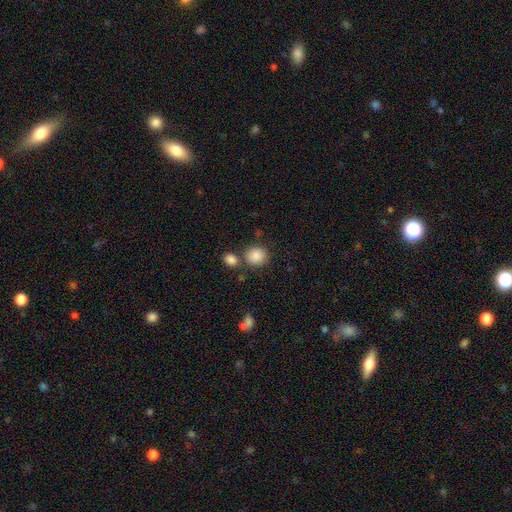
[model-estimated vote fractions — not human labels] A smooth galaxy with no disk features (87%) that is round (78%). Merging: none (70%).